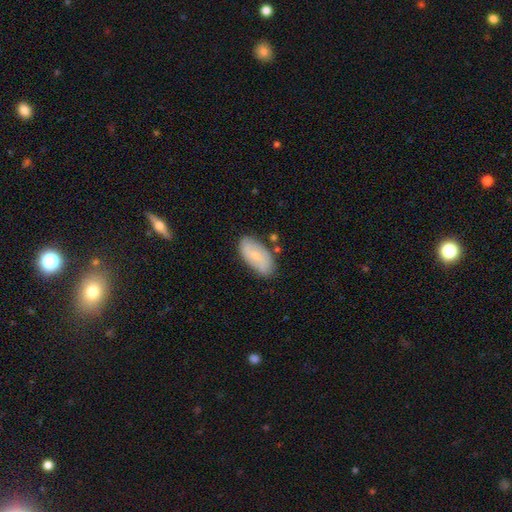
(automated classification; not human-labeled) A smooth galaxy with no disk features (51%) that is in between round and cigar-shaped (93%).

Vote fractions:
- Smooth or featured? smooth: 51% / featured or disk: 42% / star or artifact: 6%
- How rounded? in between: 93% / cigar-shaped: 4% / round: 3%
- Merging? none: 76% / minor disturbance: 17% / merger: 3% / major disturbance: 3%